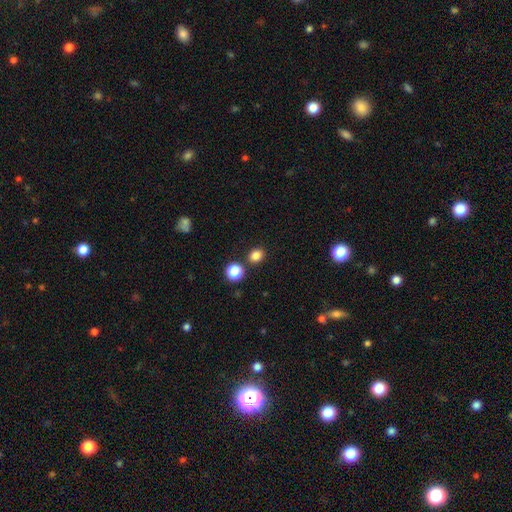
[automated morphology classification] Smooth or featured? smooth (83%)
How rounded? round (69%)
Merging? none (81%)